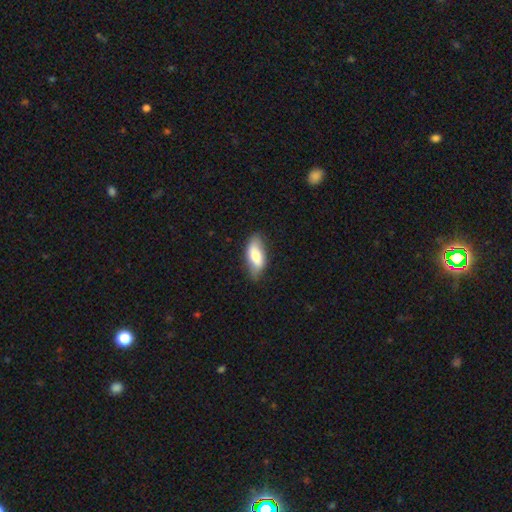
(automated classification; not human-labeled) Smooth or featured?
  - smooth: 67% *
  - featured or disk: 27%
  - star or artifact: 6%
How rounded?
  - in between: 84% *
  - cigar-shaped: 13%
  - round: 3%
Merging?
  - none: 75% *
  - minor disturbance: 20%
  - major disturbance: 4%
  - merger: 1%